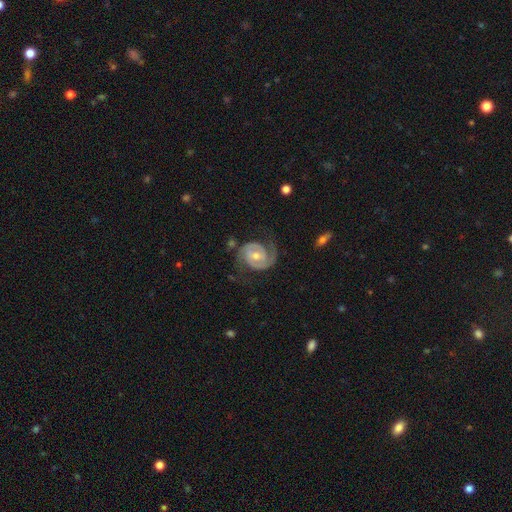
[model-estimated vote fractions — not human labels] smooth_or_featured: featured or disk (p=0.89) [alt: smooth p=0.06]
disk_edge_on: no (p=0.98) [alt: yes p=0.02]
bar: no (p=0.46) [alt: weak p=0.39]
has_spiral_arms: yes (p=0.97) [alt: no p=0.03]
spiral_winding: tight (p=0.56) [alt: medium p=0.35]
spiral_arm_count: 2 (p=0.84) [alt: 1 p=0.06]
bulge_size: moderate (p=0.56) [alt: small p=0.40]
merging: none (p=0.69) [alt: minor disturbance p=0.18]